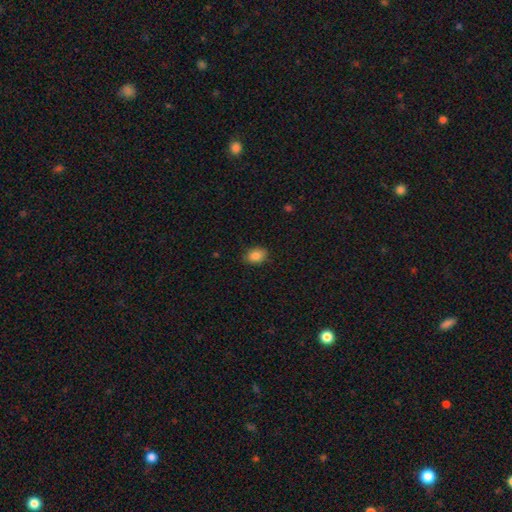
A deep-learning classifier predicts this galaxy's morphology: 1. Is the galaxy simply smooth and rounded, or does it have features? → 86% smooth, 9% star or artifact, 5% featured or disk.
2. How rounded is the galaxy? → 73% in between, 26% round, 1% cigar-shaped.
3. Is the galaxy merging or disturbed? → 82% none, 14% minor disturbance, 3% major disturbance, 1% merger.